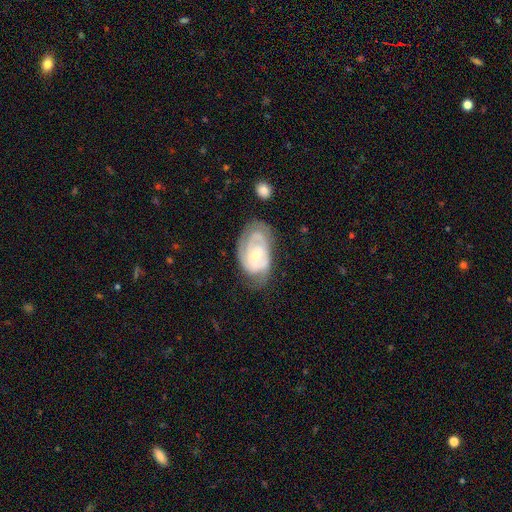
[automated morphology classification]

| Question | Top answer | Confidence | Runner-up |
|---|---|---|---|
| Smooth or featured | featured or disk | 79% | smooth (16%) |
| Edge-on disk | no | 96% | yes (4%) |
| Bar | no | 65% | weak (28%) |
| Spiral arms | yes | 91% | no (9%) |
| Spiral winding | tight | 65% | medium (28%) |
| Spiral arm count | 2 | 44% | can't tell (30%) |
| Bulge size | small | 56% | moderate (39%) |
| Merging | none | 59% | minor disturbance (26%) |